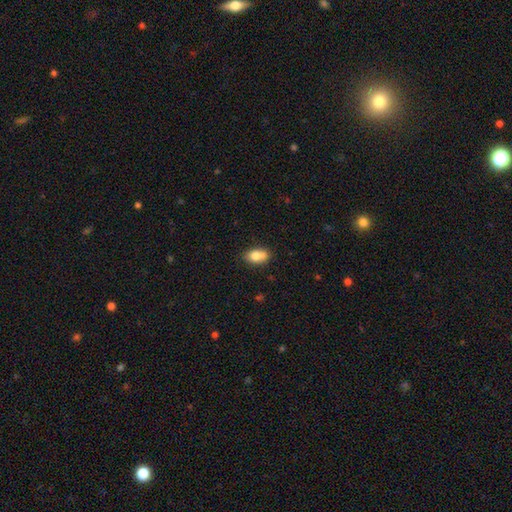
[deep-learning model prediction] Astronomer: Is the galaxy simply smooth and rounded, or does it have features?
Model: smooth — 74%.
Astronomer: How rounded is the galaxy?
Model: in between — 78%.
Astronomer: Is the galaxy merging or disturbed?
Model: none — 50% (runner-up: merger, 30%).